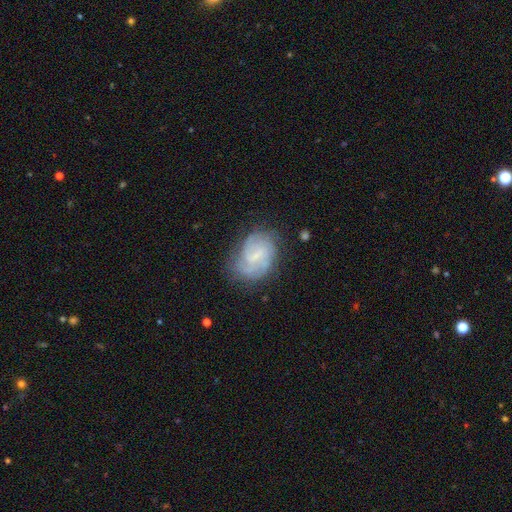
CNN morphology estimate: Overall: featured or disk (70%). Edge-on disk: no (97%). Bar: weak (55%; no 31%). Spiral arms: yes (90%). Spiral arm count: 2 (36%; can't tell 34%). Spiral winding: tight (47%; medium 38%). Bulge size: small (58%; none 22%). Merging: none (70%).